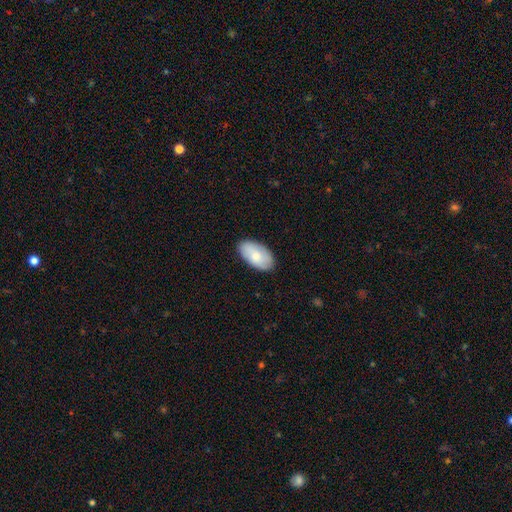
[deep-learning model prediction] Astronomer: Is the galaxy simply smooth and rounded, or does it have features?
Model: smooth — 78%.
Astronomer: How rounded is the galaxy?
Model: in between — 95%.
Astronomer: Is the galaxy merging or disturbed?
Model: none — 85%.